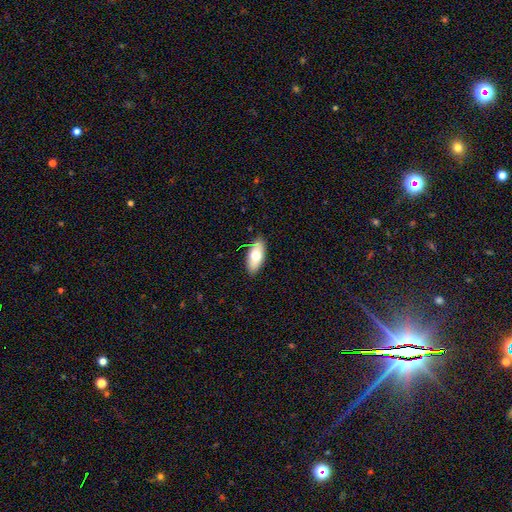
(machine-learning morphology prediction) type=smooth (70%); roundness=in between (88%); merging=none (85%).